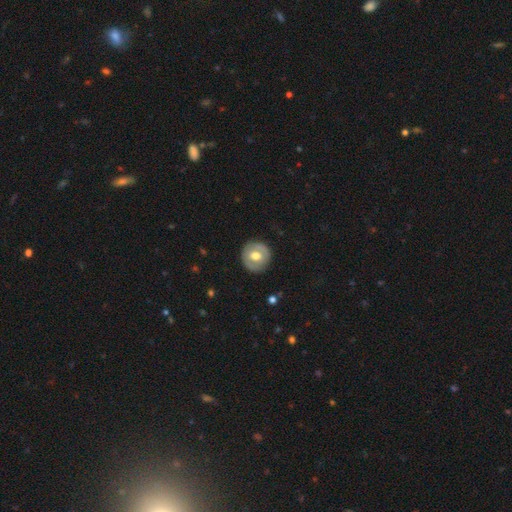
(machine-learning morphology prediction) A smooth galaxy with no disk features (49%). Merging: none (87%).